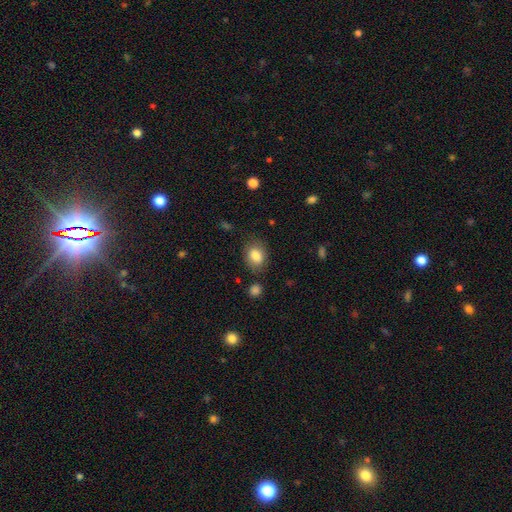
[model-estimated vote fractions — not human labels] smooth 84%, star or artifact 8%, featured or disk 8%. Down the decision tree: how rounded — in between (65%); merging — none (79%).